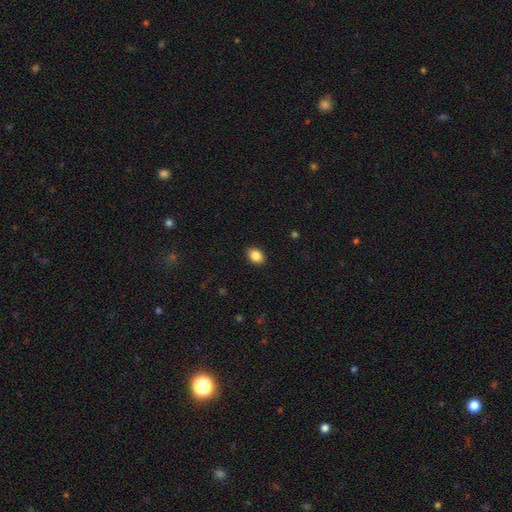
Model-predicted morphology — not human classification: Smooth or featured? smooth (87%)
How rounded? in between (77%)
Merging? none (89%)